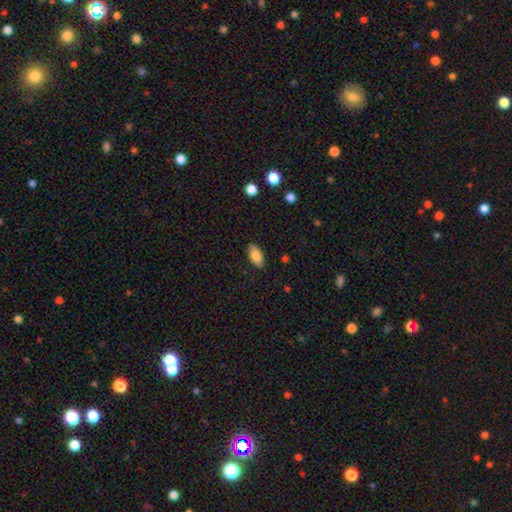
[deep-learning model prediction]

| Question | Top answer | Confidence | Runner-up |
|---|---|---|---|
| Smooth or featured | smooth | 83% | featured or disk (9%) |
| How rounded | in between | 91% | cigar-shaped (6%) |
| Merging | none | 87% | minor disturbance (10%) |